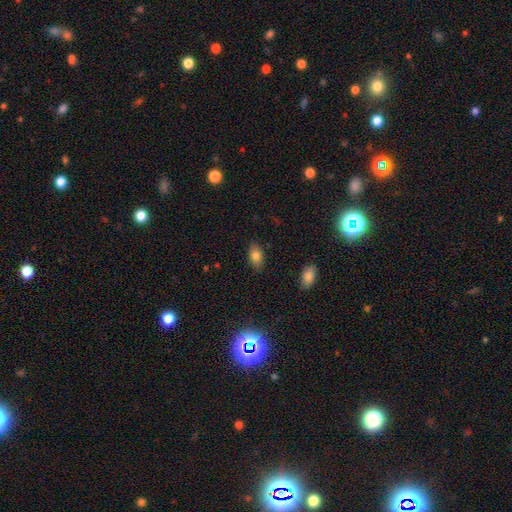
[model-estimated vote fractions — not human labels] smooth 80%, featured or disk 10%, star or artifact 9%. Down the decision tree: how rounded — in between (90%); merging — none (85%).